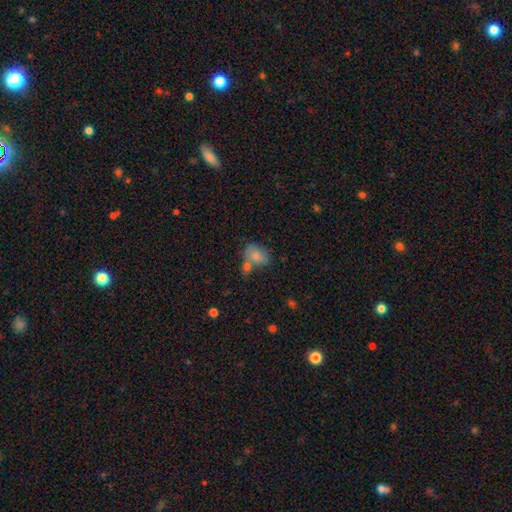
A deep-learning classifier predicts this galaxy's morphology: Smooth or featured? Predicted: smooth (p=0.76). How rounded? Predicted: in between (p=0.76). Merging? Predicted: merger (p=0.40).